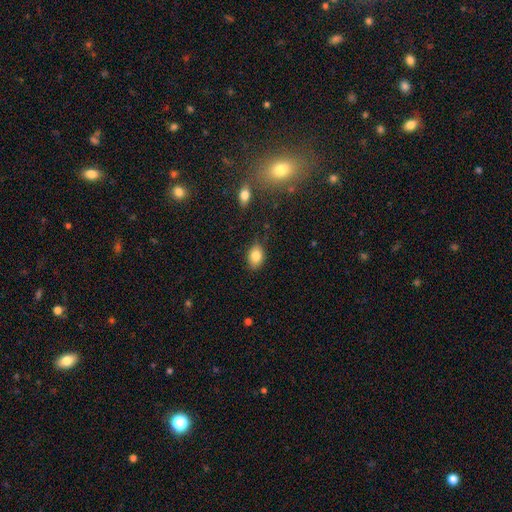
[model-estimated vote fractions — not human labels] Overall: smooth (83%). How rounded: in between (79%). Merging: none (82%).